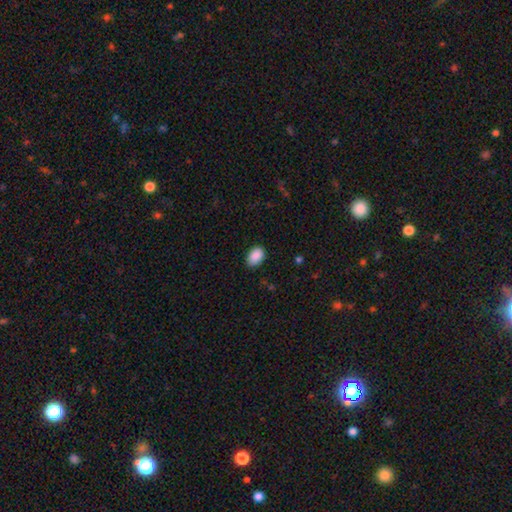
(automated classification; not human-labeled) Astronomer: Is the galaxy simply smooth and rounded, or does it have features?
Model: smooth — 90%.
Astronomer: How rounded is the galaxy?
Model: in between — 87%.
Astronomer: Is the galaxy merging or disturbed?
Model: none — 83%.